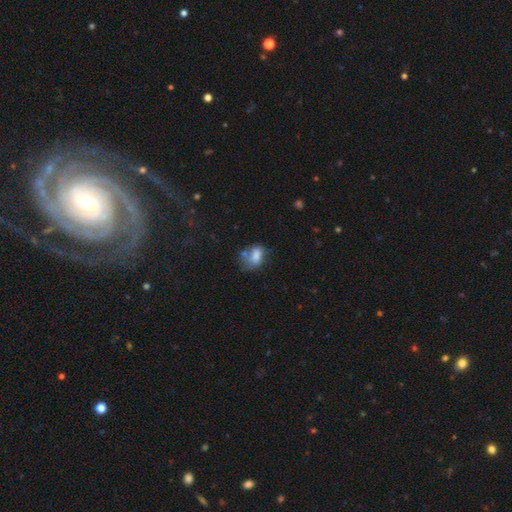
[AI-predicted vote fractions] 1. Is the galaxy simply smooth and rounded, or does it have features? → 72% smooth, 17% featured or disk, 11% star or artifact.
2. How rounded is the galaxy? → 77% in between, 22% round, 2% cigar-shaped.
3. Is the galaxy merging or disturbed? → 37% none, 27% minor disturbance, 18% major disturbance, 18% merger.